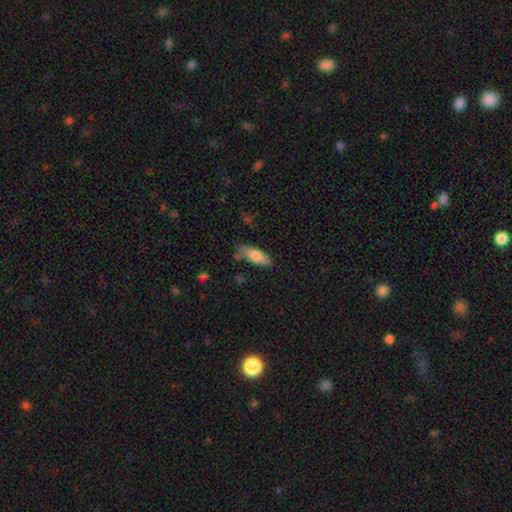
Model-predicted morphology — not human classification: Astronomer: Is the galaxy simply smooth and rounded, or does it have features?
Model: smooth — 78%.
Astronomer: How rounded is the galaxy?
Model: in between — 63%.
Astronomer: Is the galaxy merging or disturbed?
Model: none — 69%.